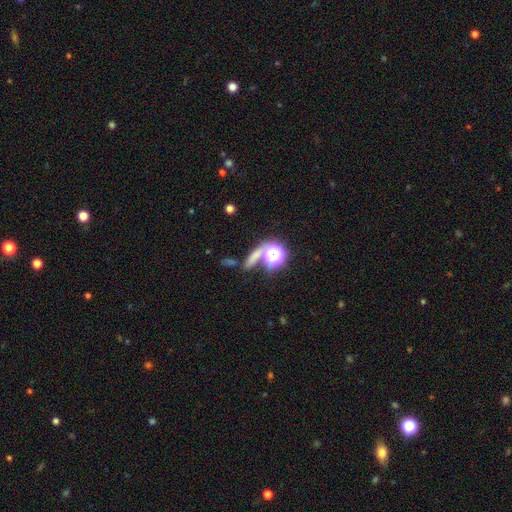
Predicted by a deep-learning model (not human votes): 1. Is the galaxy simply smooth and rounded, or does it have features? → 55% smooth, 31% star or artifact, 14% featured or disk.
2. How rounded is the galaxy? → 39% round, 36% cigar-shaped, 25% in between.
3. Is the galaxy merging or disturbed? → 64% none, 21% merger, 10% minor disturbance, 6% major disturbance.